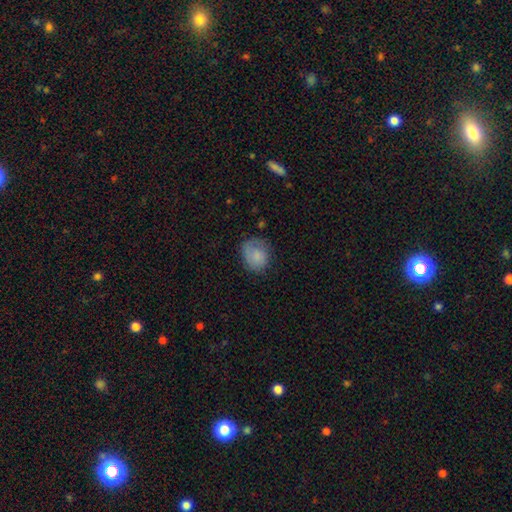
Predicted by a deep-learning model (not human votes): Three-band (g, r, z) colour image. It shows a smooth galaxy with no disk features (77%) that is round (62%). Merging: none (60%).